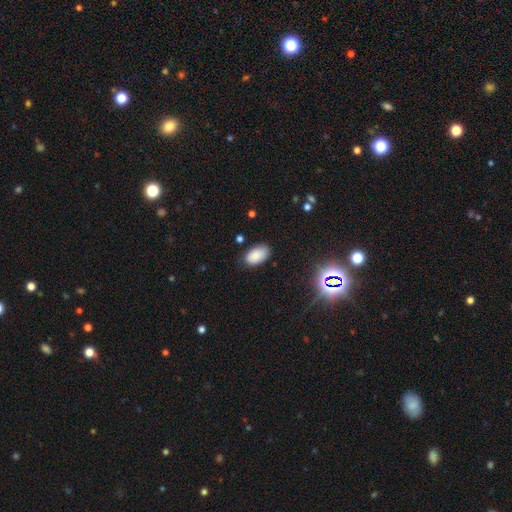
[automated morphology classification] Overall: smooth (82%). How rounded: in between (94%). Merging: none (78%).